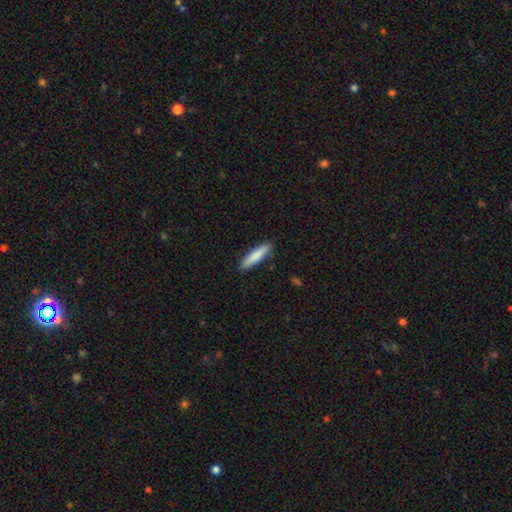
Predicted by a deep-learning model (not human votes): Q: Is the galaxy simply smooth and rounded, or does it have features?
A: smooth — 82%.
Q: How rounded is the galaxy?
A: cigar-shaped — 82%.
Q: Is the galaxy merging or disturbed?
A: none — 89%.